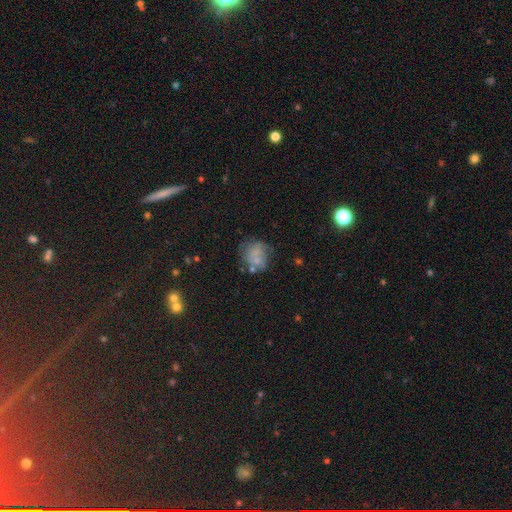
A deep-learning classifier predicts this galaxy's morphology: smooth_or_featured: smooth (p=0.51) [alt: featured or disk p=0.37]
how_rounded: round (p=0.65) [alt: in between p=0.34]
merging: none (p=0.43) [alt: minor disturbance p=0.25]